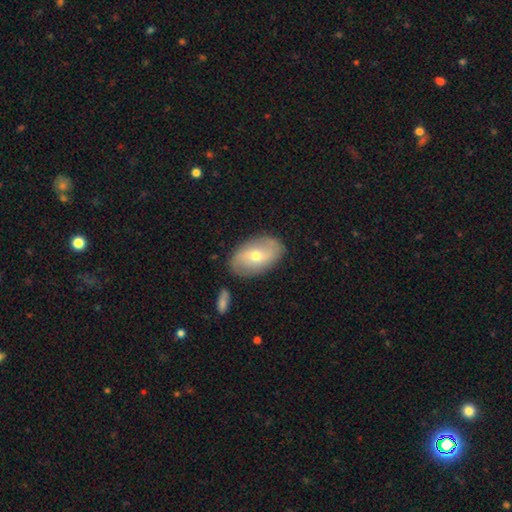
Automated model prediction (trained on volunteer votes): This is possibly a featured or disk galaxy (50%). It is clearly not viewed edge-on (91%). Merging: clearly none (82%).